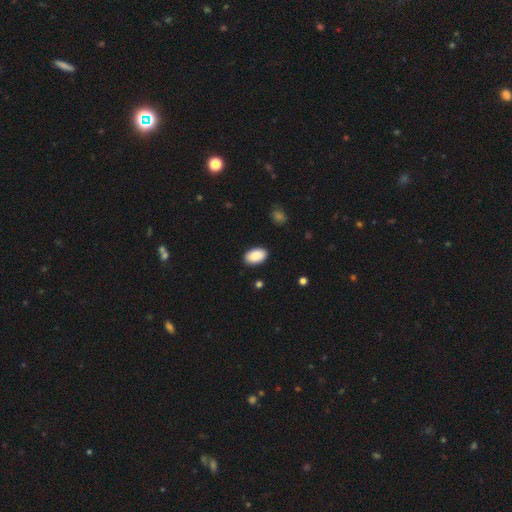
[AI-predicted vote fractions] Morphology: type=smooth (90%); roundness=in between (94%); merging=none (89%).